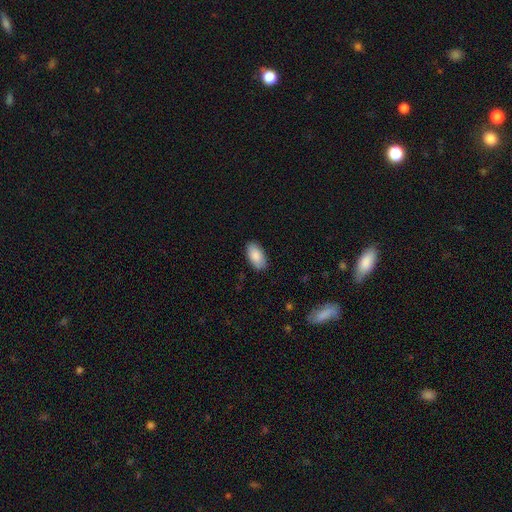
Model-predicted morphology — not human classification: type=smooth (89%); roundness=in between (95%); merging=none (88%).